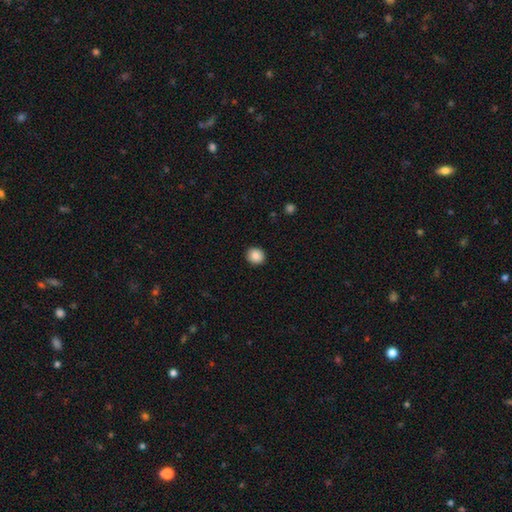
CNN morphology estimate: This appears to be a smooth galaxy with no disk features (88%) that is round (85%). Merging: none (92%).